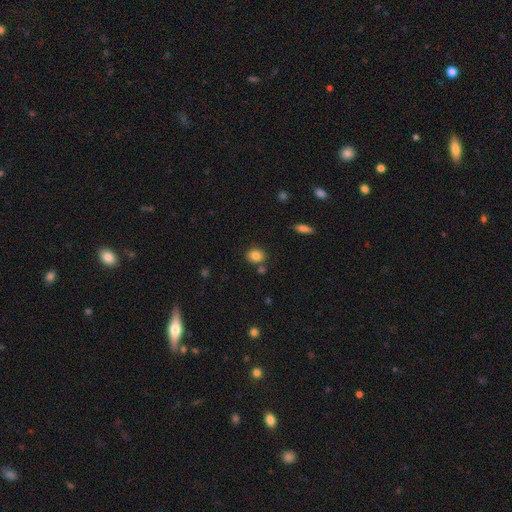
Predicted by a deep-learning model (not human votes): Smooth or featured: smooth — 83% (star or artifact — 9%)
How rounded: round — 53% (in between — 46%)
Merging: none — 77% (minor disturbance — 11%)